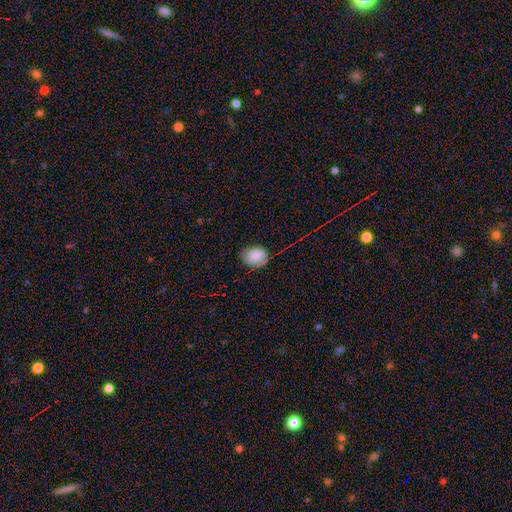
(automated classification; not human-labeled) The model was most divided on "how rounded": in between: 55%, round: 44%, cigar-shaped: 1%. More confident: smooth or featured — smooth (83%); merging — none (75%).